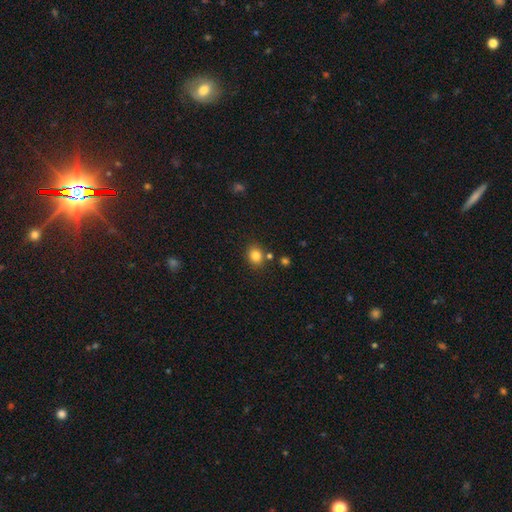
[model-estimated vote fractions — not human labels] This appears to be a smooth galaxy with no disk features (83%) that is round (58%). Merging: none (79%).